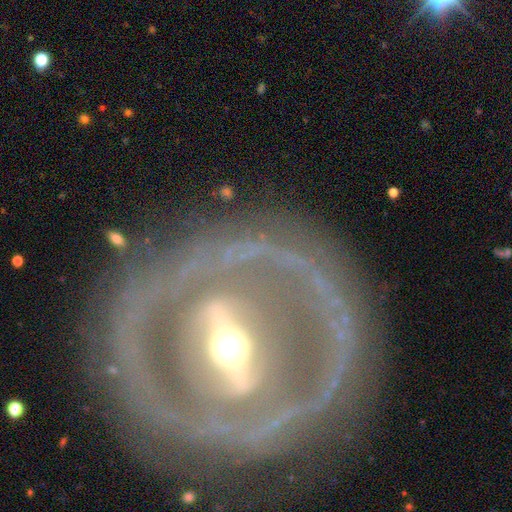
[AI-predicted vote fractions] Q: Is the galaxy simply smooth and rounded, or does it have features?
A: featured or disk — 83%.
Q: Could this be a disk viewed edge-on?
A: no — 88%.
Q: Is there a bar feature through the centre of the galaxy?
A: strong — 66%.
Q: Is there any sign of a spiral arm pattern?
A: no — 57%.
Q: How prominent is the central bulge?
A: moderate — 66%.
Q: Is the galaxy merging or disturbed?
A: none — 77%.